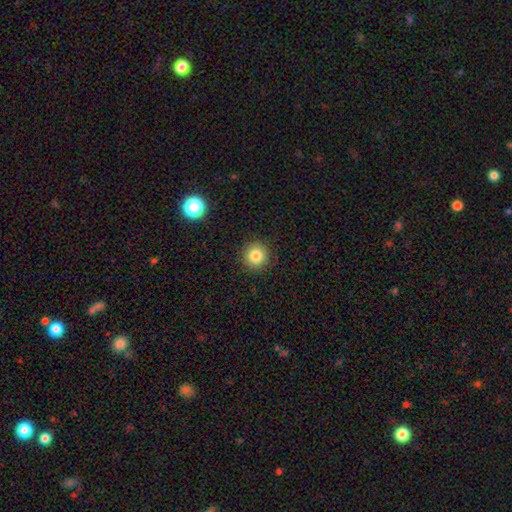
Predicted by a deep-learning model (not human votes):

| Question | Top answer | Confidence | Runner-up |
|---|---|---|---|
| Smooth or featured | smooth | 83% | star or artifact (11%) |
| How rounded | round | 94% | in between (5%) |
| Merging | none | 91% | minor disturbance (6%) |